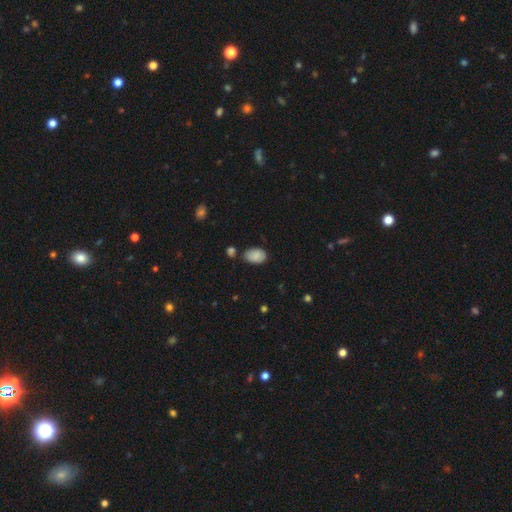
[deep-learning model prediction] smooth-or-featured: smooth: 86% | star or artifact: 7% | featured or disk: 6%
  how-rounded: in between: 91% | round: 8% | cigar-shaped: 1%
  merging: none: 67% | minor disturbance: 21% | merger: 8% | major disturbance: 4%